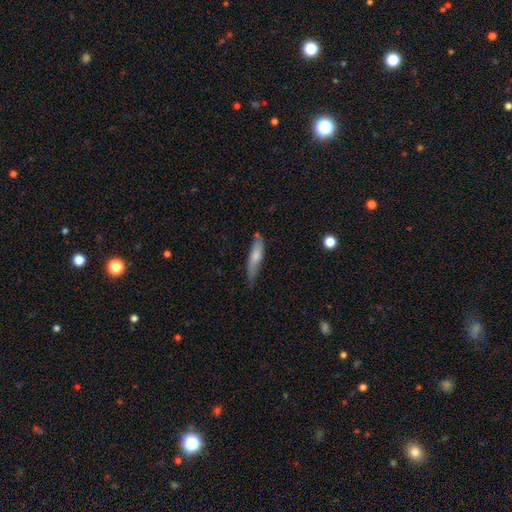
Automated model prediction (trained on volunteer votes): This is likely a smooth galaxy (67%). How rounded: likely cigar-shaped (71%). Merging: possibly none (59%).